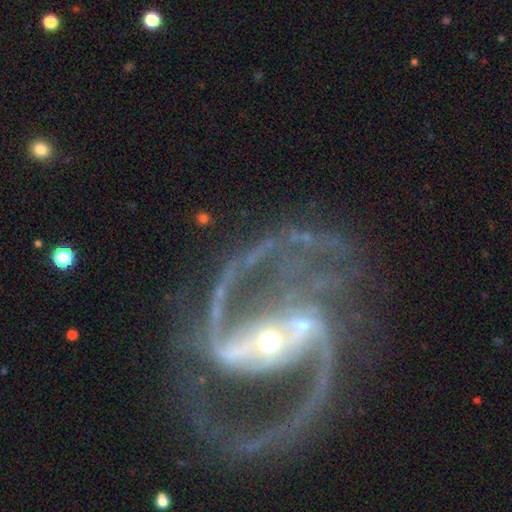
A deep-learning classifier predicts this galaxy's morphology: The model was most divided on "spiral winding": medium: 46%, loose: 42%, tight: 12%. Remaining: edge-on disk — no (97%); spiral arms — yes (96%); smooth or featured — featured or disk (90%); spiral arm count — 2 (74%); bulge size — small (57%); bar — strong (52%); merging — none (44%).